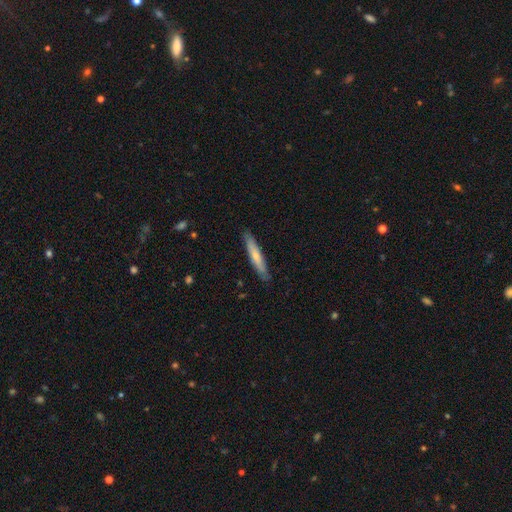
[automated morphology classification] type=smooth (58%); roundness=cigar-shaped (92%); merging=none (86%).